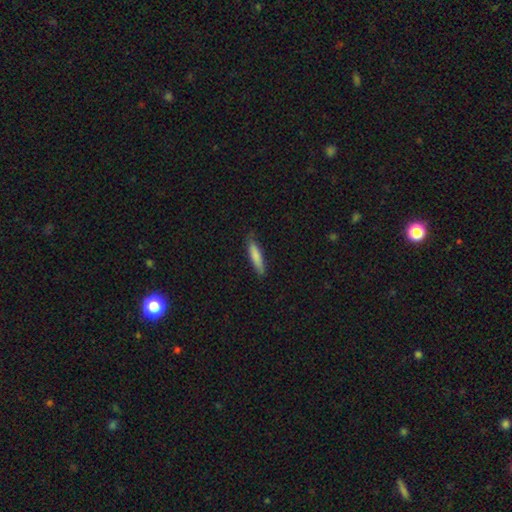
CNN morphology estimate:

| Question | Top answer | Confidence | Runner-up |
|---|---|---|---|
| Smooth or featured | smooth | 81% | featured or disk (13%) |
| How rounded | cigar-shaped | 83% | in between (16%) |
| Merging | none | 81% | minor disturbance (16%) |